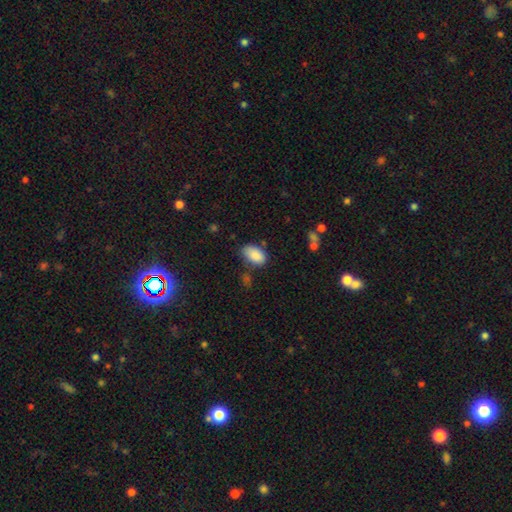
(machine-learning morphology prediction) Smooth or featured: smooth — 88% (star or artifact — 7%)
How rounded: in between — 93% (round — 6%)
Merging: none — 66% (minor disturbance — 23%)